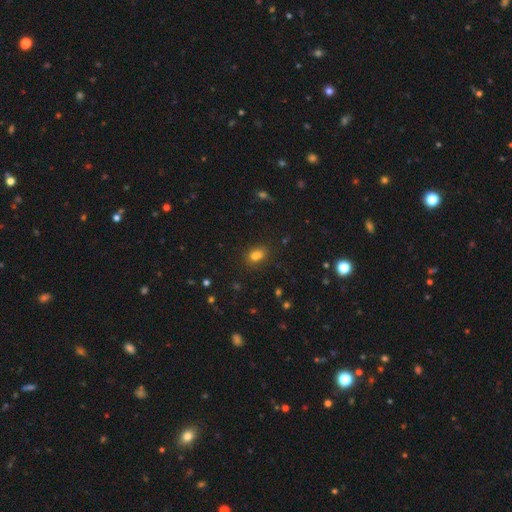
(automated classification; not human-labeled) A smooth galaxy with no disk features (77%) that is in between round and cigar-shaped (69%). Merging: none (60%).